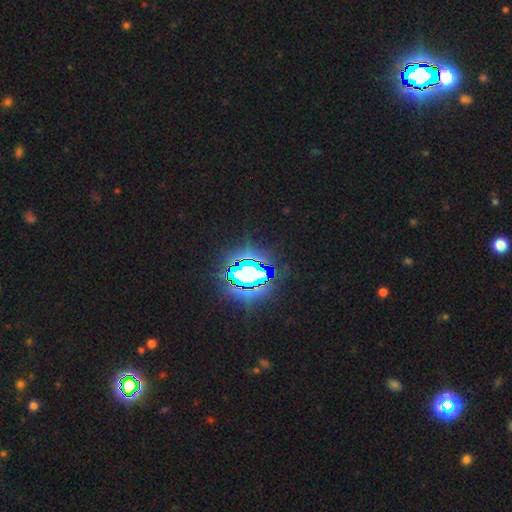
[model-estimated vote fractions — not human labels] Smooth or featured?
  - star or artifact: 84% *
  - smooth: 10%
  - featured or disk: 6%